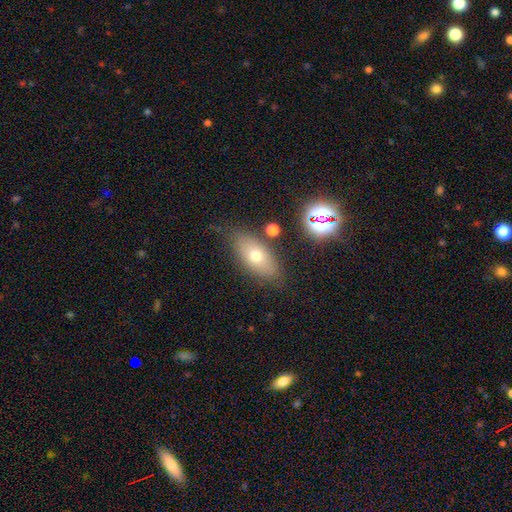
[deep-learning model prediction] Smooth or featured: smooth — 64% (featured or disk — 24%)
How rounded: in between — 85% (cigar-shaped — 8%)
Merging: none — 76% (minor disturbance — 15%)